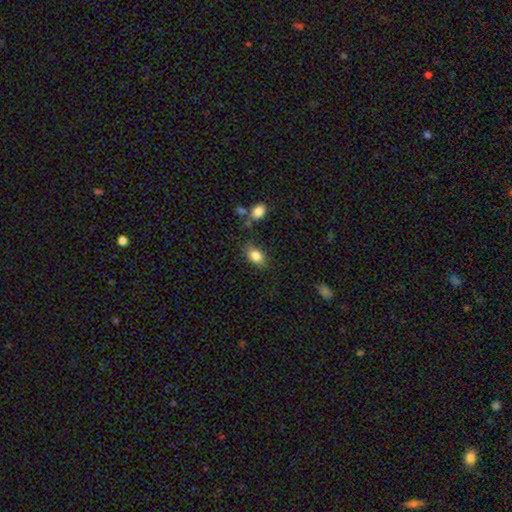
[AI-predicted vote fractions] This is clearly a smooth galaxy (84%). How rounded: clearly in between (86%). Merging: likely none (77%).